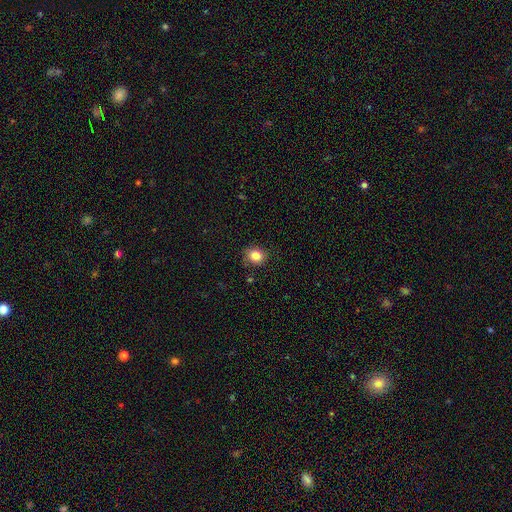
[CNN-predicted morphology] Q: Smooth or featured?
A: smooth (84%); runner-up: star or artifact (11%)
Q: How rounded?
A: round (73%); runner-up: in between (26%)
Q: Merging?
A: none (85%); runner-up: minor disturbance (11%)